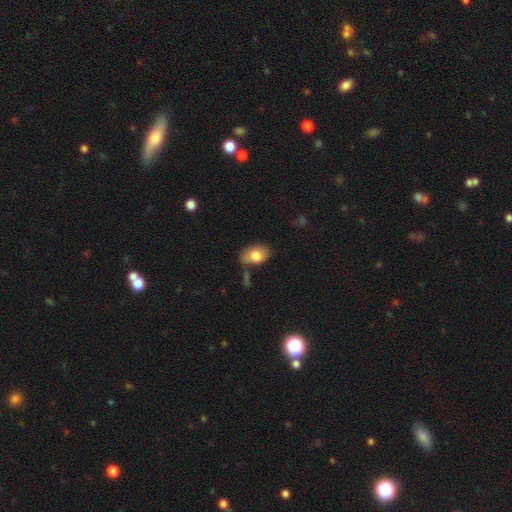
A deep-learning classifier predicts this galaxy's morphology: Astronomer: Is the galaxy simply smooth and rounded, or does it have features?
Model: smooth — 79%.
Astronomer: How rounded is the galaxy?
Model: in between — 87%.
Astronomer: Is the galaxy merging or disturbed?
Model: none — 65%.